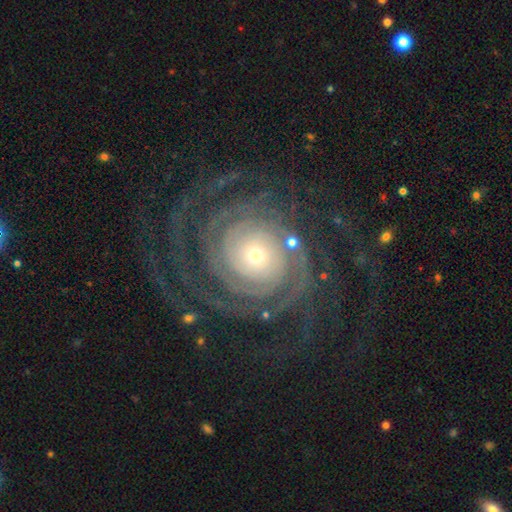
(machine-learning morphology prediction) Smooth or featured? featured or disk (90%)
Edge-on disk? no (97%)
Bar? no (80%)
Spiral arms? yes (98%)
Spiral winding? tight (82%)
Spiral arm count? 2 (25%)
Bulge size? small (66%)
Merging? none (73%)